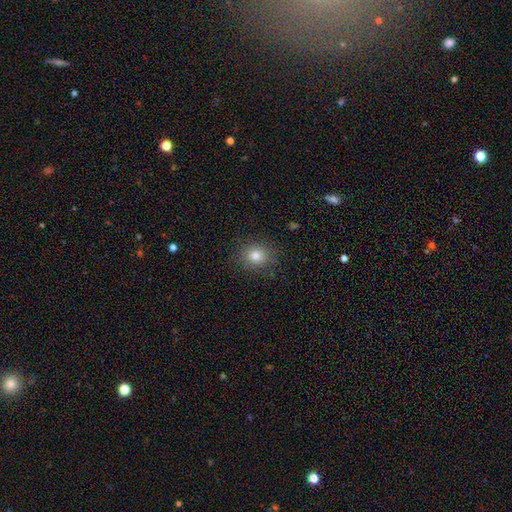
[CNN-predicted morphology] A smooth galaxy with no disk features (80%) that is round (74%).

Vote fractions:
- Smooth or featured? smooth: 80% / star or artifact: 12% / featured or disk: 7%
- How rounded? round: 74% / in between: 25% / cigar-shaped: 1%
- Merging? none: 87% / minor disturbance: 9% / major disturbance: 3% / merger: 1%